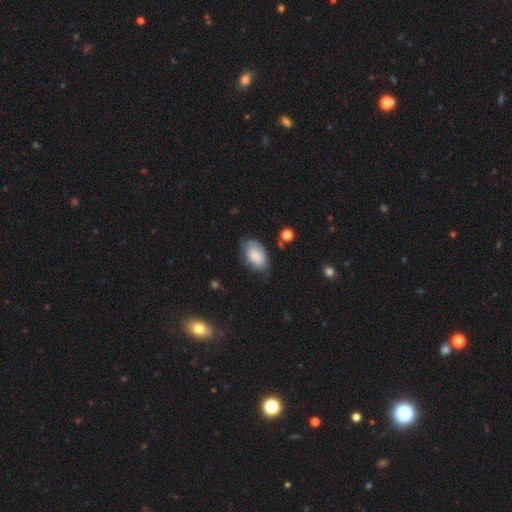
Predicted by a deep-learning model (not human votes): smooth-or-featured: smooth: 85% | featured or disk: 8% | star or artifact: 7%
  how-rounded: in between: 93% | round: 6% | cigar-shaped: 2%
  merging: none: 65% | minor disturbance: 27% | major disturbance: 6% | merger: 2%